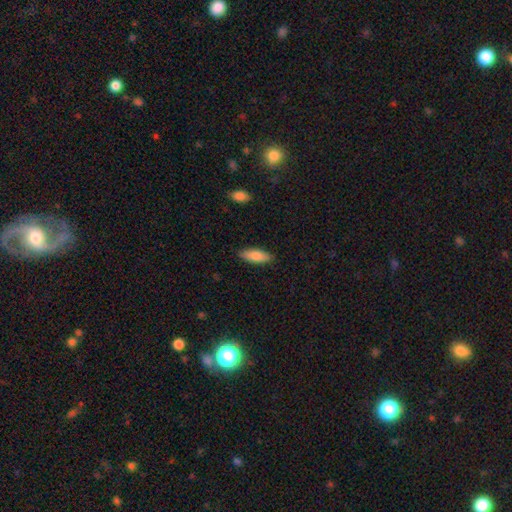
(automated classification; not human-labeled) A smooth galaxy with no disk features (82%) that is in between round and cigar-shaped (69%). Merging: none (88%).